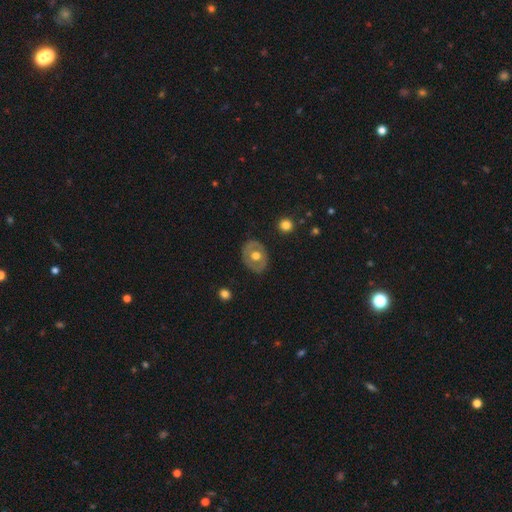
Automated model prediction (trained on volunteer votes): Smooth or featured?
  - featured or disk: 51% *
  - smooth: 43%
  - star or artifact: 6%
Edge-on disk?
  - no: 93% *
  - yes: 7%
Merging?
  - none: 81% *
  - minor disturbance: 13%
  - major disturbance: 4%
  - merger: 1%